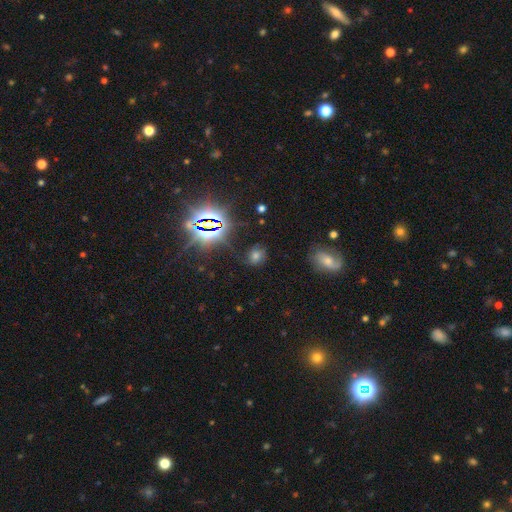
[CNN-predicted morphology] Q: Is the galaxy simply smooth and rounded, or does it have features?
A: smooth — 44%.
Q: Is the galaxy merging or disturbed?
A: none — 75%.